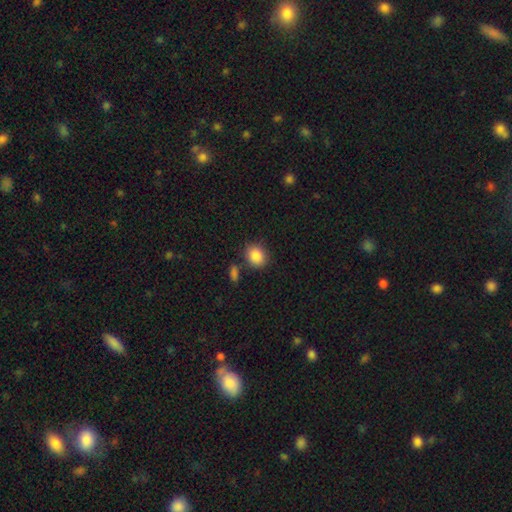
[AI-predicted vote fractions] Smooth or featured? Predicted: smooth (p=0.88). How rounded? Predicted: round (p=0.57). Merging? Predicted: none (p=0.77).